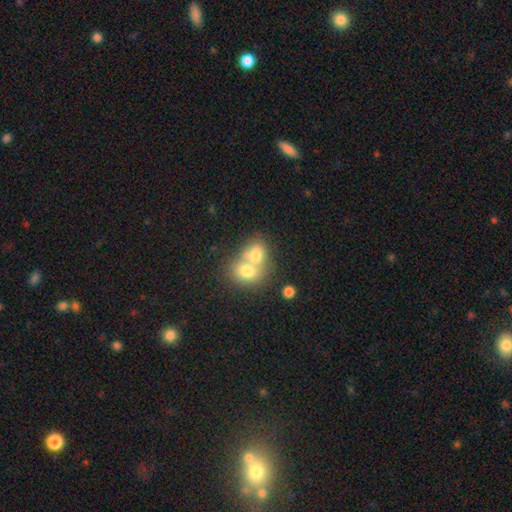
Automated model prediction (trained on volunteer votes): Smooth or featured? Predicted: smooth (p=0.70). How rounded? Predicted: in between (p=0.51). Merging? Predicted: merger (p=0.70).